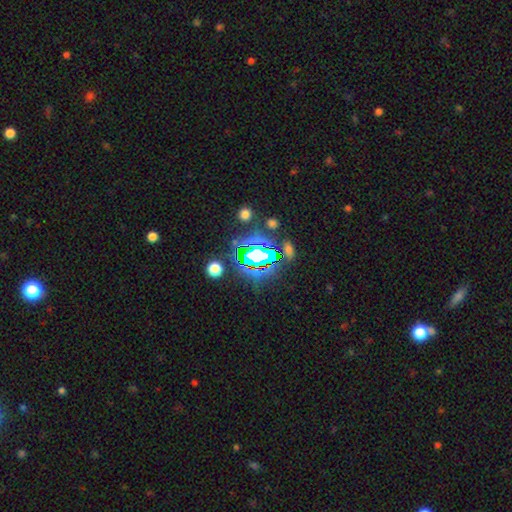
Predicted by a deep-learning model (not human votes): Smooth or featured? Predicted: star or artifact (p=0.64).